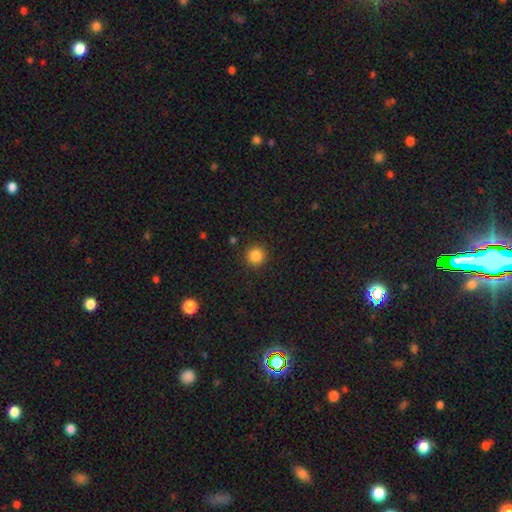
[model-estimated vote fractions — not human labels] Smooth or featured? smooth (85%)
How rounded? round (95%)
Merging? none (91%)